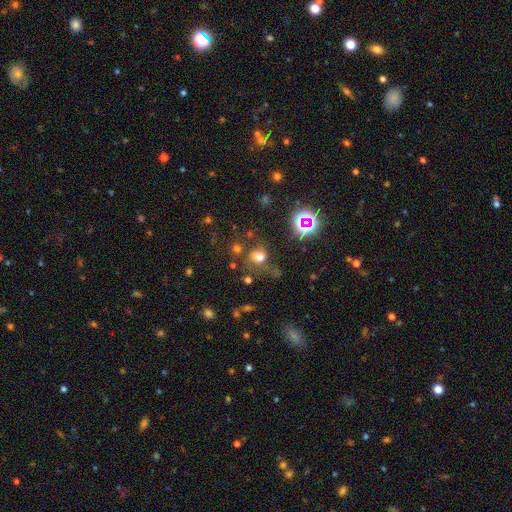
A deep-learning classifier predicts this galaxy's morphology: This is possibly a star or artifact rather than a galaxy (47%).